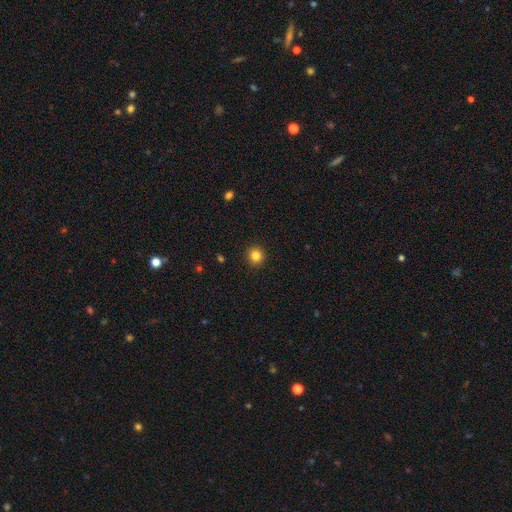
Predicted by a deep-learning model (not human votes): smooth_or_featured: smooth (p=0.83) [alt: star or artifact p=0.12]
how_rounded: round (p=0.93) [alt: in between p=0.06]
merging: none (p=0.93) [alt: minor disturbance p=0.05]